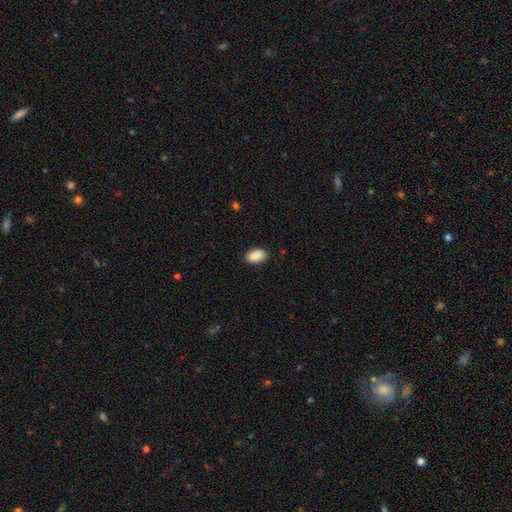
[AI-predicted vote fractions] smooth_or_featured: smooth (p=0.90) [alt: star or artifact p=0.07]
how_rounded: in between (p=0.94) [alt: round p=0.04]
merging: none (p=0.87) [alt: minor disturbance p=0.10]